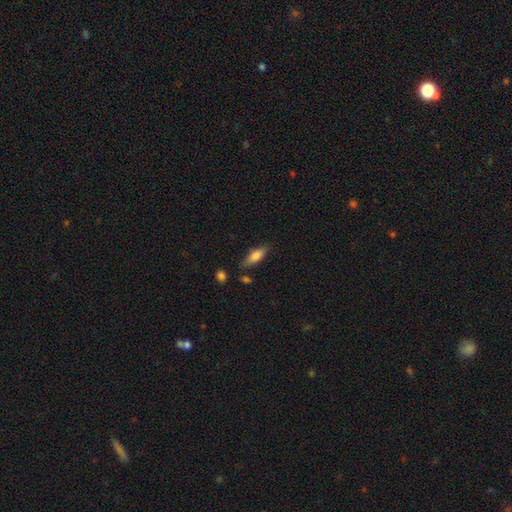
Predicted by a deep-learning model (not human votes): Smooth or featured: smooth — 72% (featured or disk — 22%)
How rounded: in between — 56% (cigar-shaped — 41%)
Merging: none — 76% (minor disturbance — 16%)